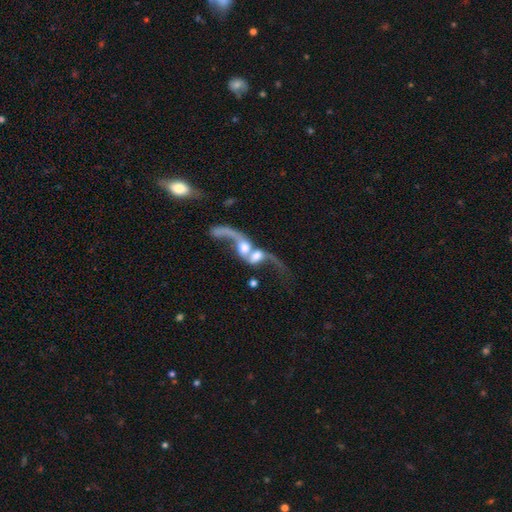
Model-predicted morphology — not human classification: type=featured or disk (61%); edge-on=no (91%); bar=no (69%); spiral arms=yes (65%); bulge=large (36%); merging=merger (82%).